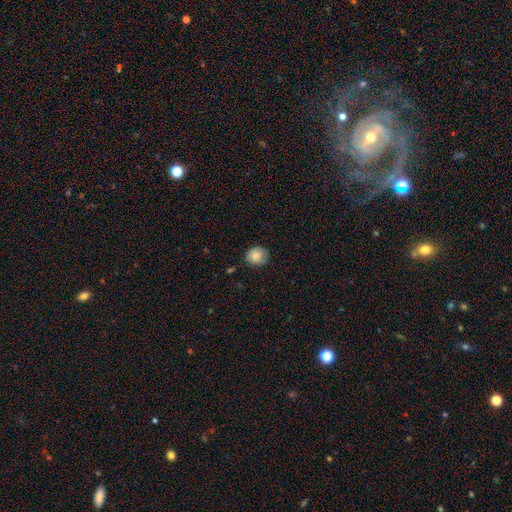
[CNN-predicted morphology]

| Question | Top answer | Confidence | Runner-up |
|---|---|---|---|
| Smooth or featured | smooth | 84% | featured or disk (8%) |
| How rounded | round | 77% | in between (23%) |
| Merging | none | 79% | minor disturbance (17%) |